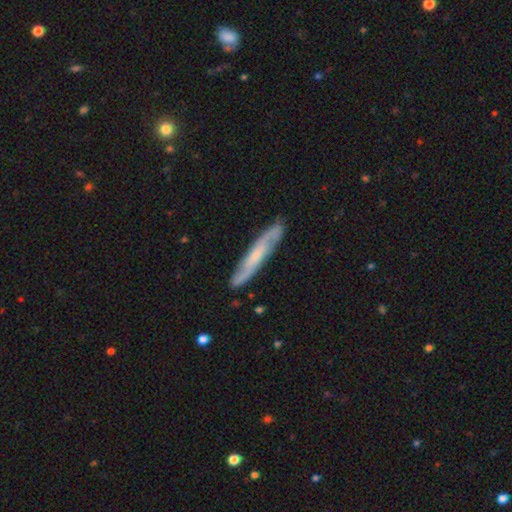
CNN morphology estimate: Smooth or featured: featured or disk — 65% (smooth — 28%)
Edge-on disk: yes — 57% (no — 43%)
Merging: none — 85% (minor disturbance — 12%)